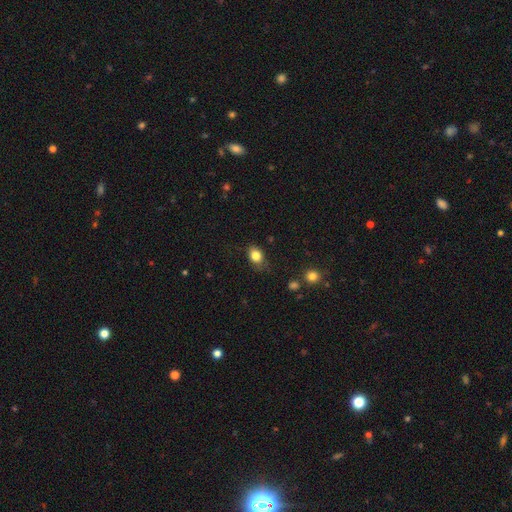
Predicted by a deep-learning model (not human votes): The model was most divided on "how rounded": in between: 64%, round: 34%, cigar-shaped: 1%. More confident: smooth or featured — smooth (82%); merging — none (73%).